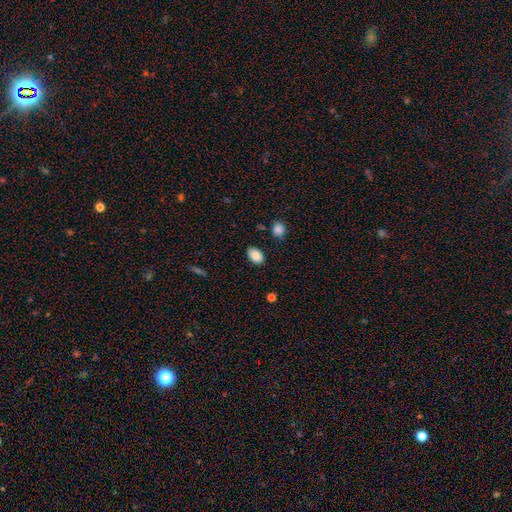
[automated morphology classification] This is clearly a smooth galaxy (87%). How rounded: clearly in between (83%). Merging: clearly none (82%).